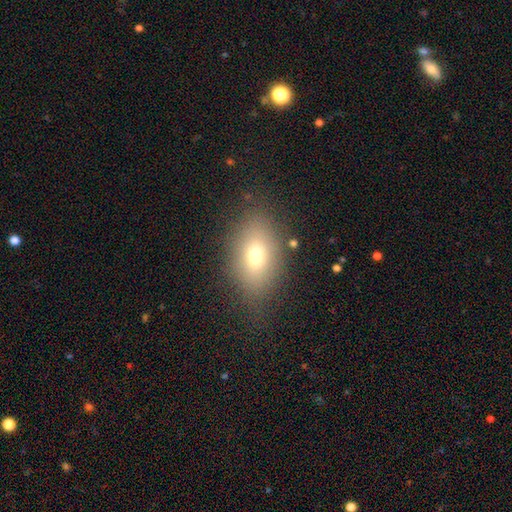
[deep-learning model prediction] smooth_or_featured: smooth (p=0.71) [alt: featured or disk p=0.16]
how_rounded: in between (p=0.83) [alt: round p=0.14]
merging: none (p=0.77) [alt: minor disturbance p=0.14]